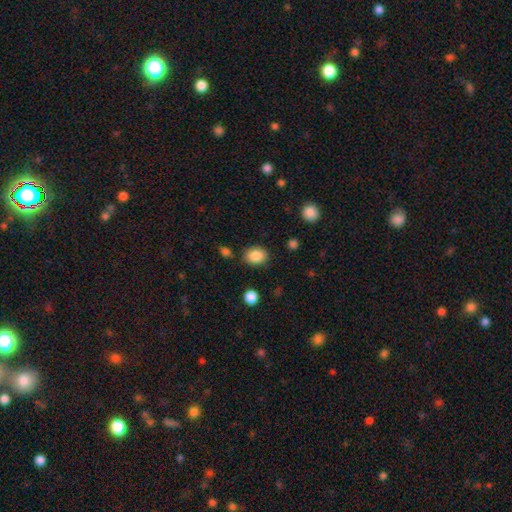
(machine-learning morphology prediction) Overall: smooth (86%). How rounded: in between (64%; round 35%). Merging: none (81%).